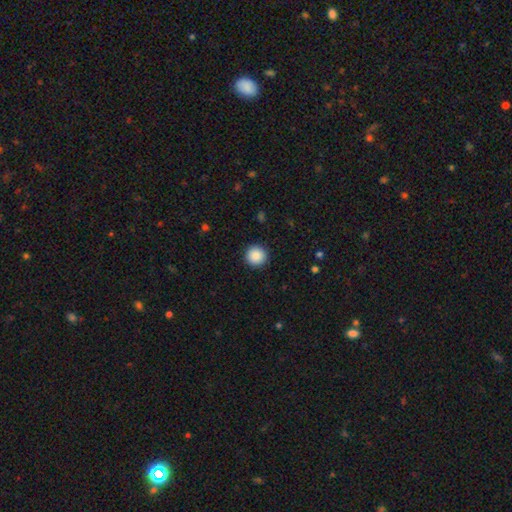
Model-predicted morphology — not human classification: type=smooth (88%); roundness=round (96%); merging=none (92%).